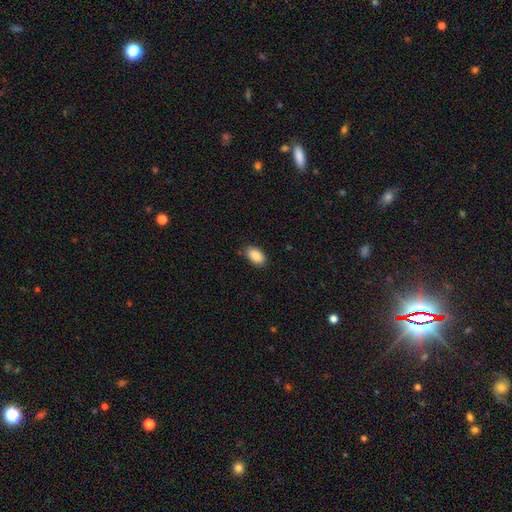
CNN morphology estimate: smooth-or-featured: smooth: 89% | star or artifact: 7% | featured or disk: 4%
  how-rounded: in between: 94% | round: 5% | cigar-shaped: 2%
  merging: none: 82% | minor disturbance: 14% | major disturbance: 3% | merger: 1%